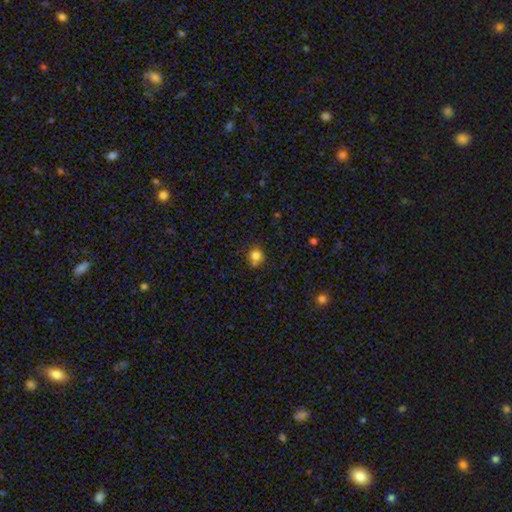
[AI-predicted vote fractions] Smooth or featured: smooth — 81% (star or artifact — 12%)
How rounded: round — 83% (in between — 16%)
Merging: none — 69% (minor disturbance — 22%)